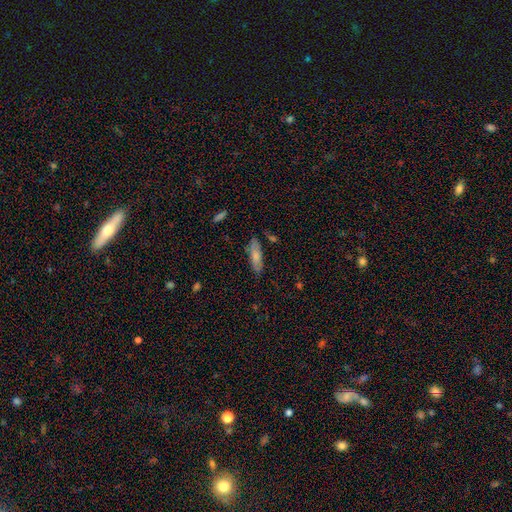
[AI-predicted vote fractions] Overall: smooth (73%). How rounded: in between (53%; cigar-shaped 45%). Merging: none (79%).